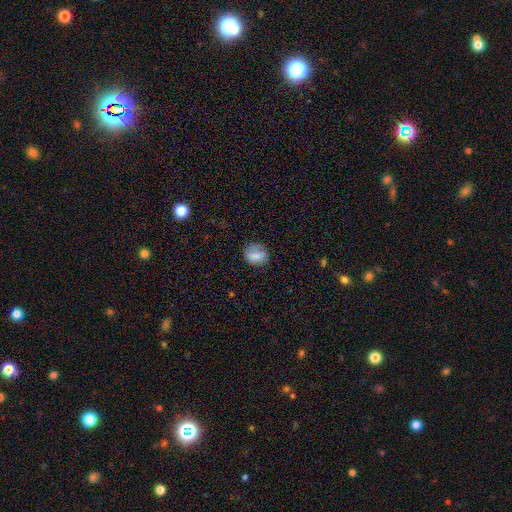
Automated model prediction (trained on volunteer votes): smooth-or-featured: smooth: 75% | featured or disk: 15% | star or artifact: 10%
  how-rounded: round: 62% | in between: 36% | cigar-shaped: 2%
  merging: none: 69% | minor disturbance: 21% | major disturbance: 8% | merger: 2%